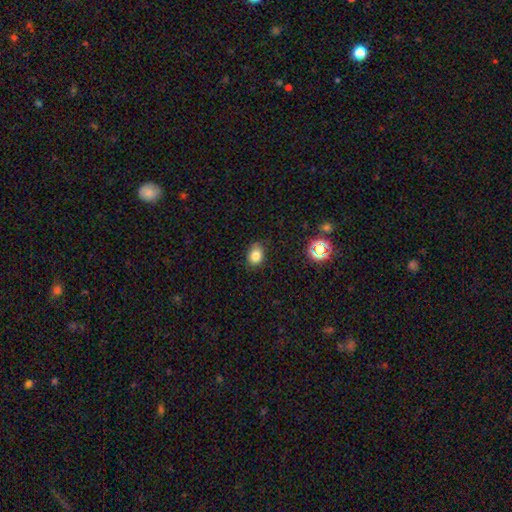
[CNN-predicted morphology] smooth 81%, star or artifact 13%, featured or disk 6%. Down the decision tree: how rounded — in between (64%); merging — none (80%).